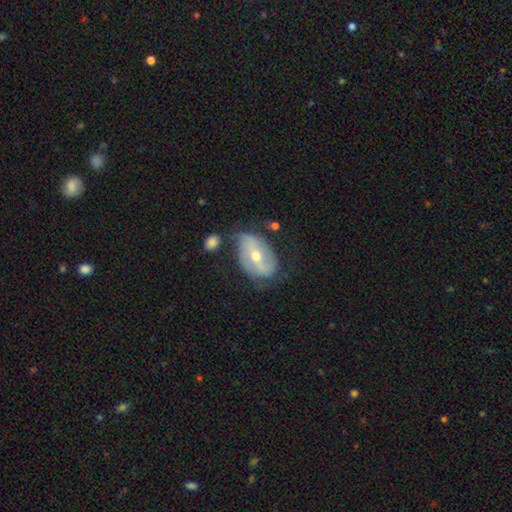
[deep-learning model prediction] Morphology: type=featured or disk (68%); edge-on=no (93%); bar=strong (40%); spiral arms=yes (68%); bulge=moderate (52%); merging=none (57%).